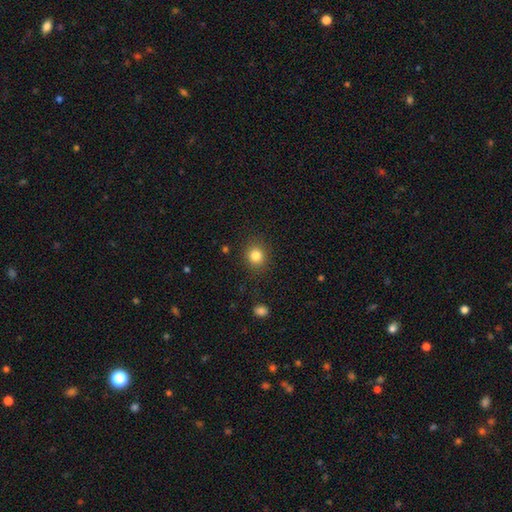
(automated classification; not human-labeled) smooth-or-featured: smooth: 83% | star or artifact: 12% | featured or disk: 6%
  how-rounded: round: 80% | in between: 20% | cigar-shaped: 1%
  merging: none: 87% | minor disturbance: 8% | major disturbance: 3% | merger: 1%